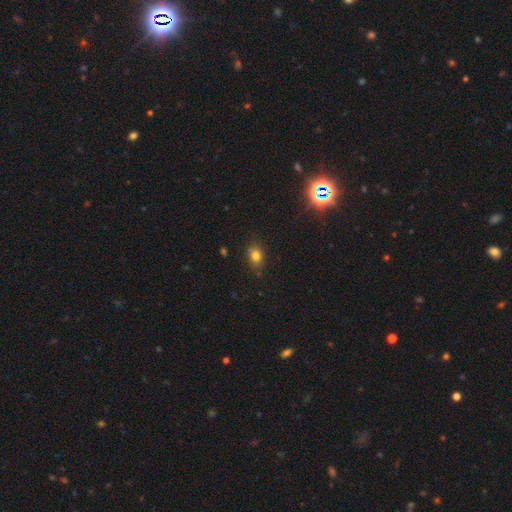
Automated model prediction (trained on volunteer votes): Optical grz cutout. It shows a smooth galaxy with no disk features (78%) that is in between round and cigar-shaped (61%). Merging: none (80%).